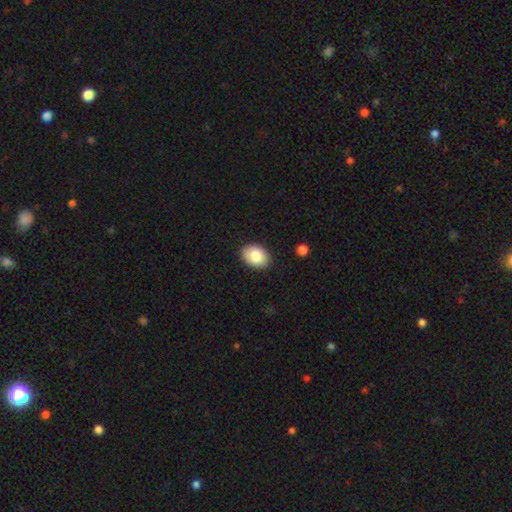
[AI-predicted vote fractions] Overall: smooth (82%). How rounded: in between (78%). Merging: none (88%).